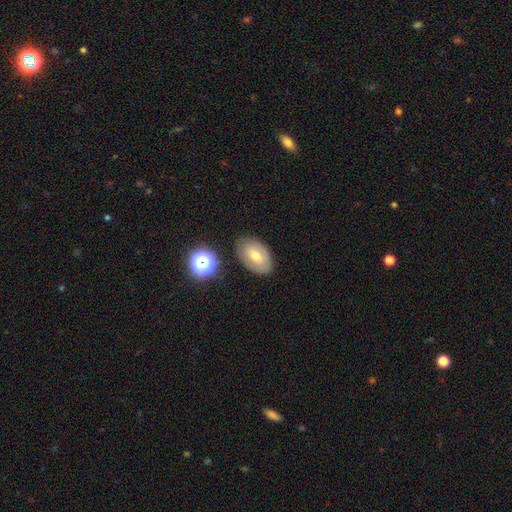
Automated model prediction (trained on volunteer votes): Overall: smooth (63%; featured or disk 27%). How rounded: in between (89%). Merging: none (81%).